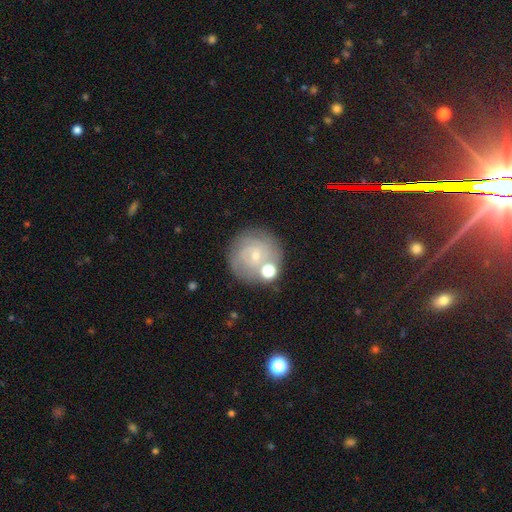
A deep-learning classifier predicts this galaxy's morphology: A featured or disk galaxy (57%) with no bar (71%), spiral arms (78%) and a small central bulge (74%).

Vote fractions:
- Smooth or featured? featured or disk: 57% / smooth: 33% / star or artifact: 10%
- Edge-on disk? no: 98% / yes: 2%
- Bar? no: 71% / weak: 24% / strong: 4%
- Spiral arms? yes: 78% / no: 22%
- Bulge size? small: 74% / moderate: 19% / none: 4% / large: 2% / dominant: 1%
- Merging? none: 67% / minor disturbance: 14% / merger: 12% / major disturbance: 6%